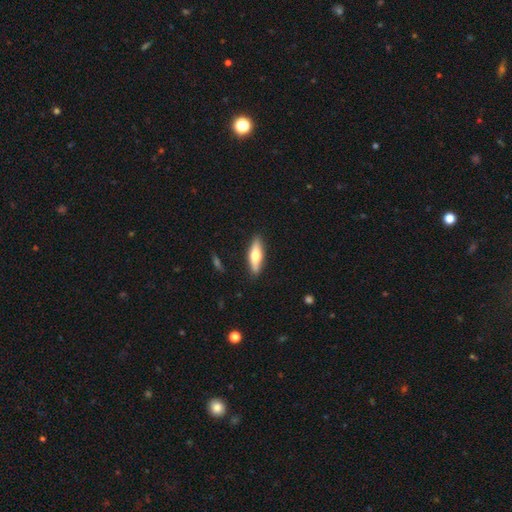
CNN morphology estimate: A smooth galaxy with no disk features (54%) that is cigar-shaped (52%). Merging: none (87%).